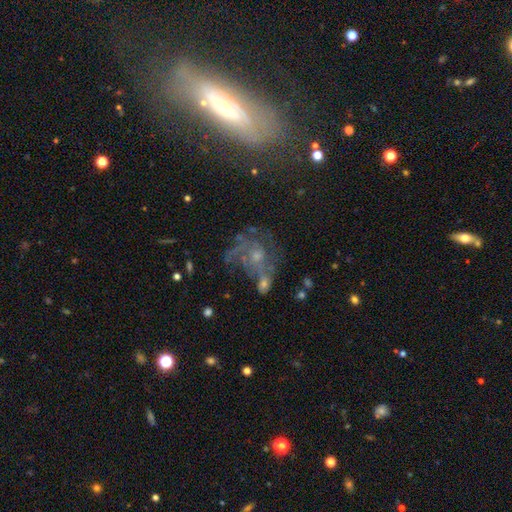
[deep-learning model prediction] A featured or disk galaxy (66%) with no bar (79%), spiral arms (67%) and a small central bulge (53%). Merging: none (33%).